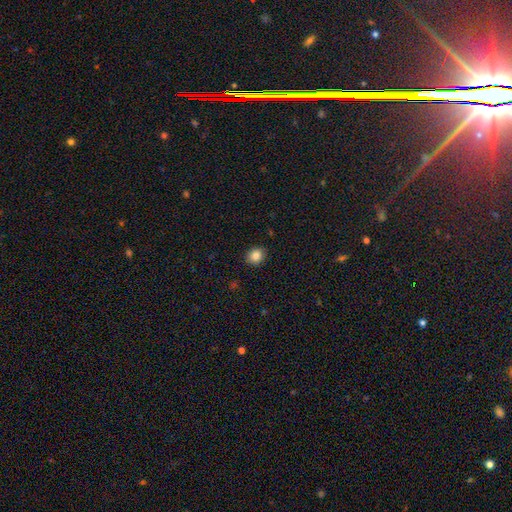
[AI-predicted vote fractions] This is clearly a smooth galaxy (86%). How rounded: likely round (69%). Merging: clearly none (90%).